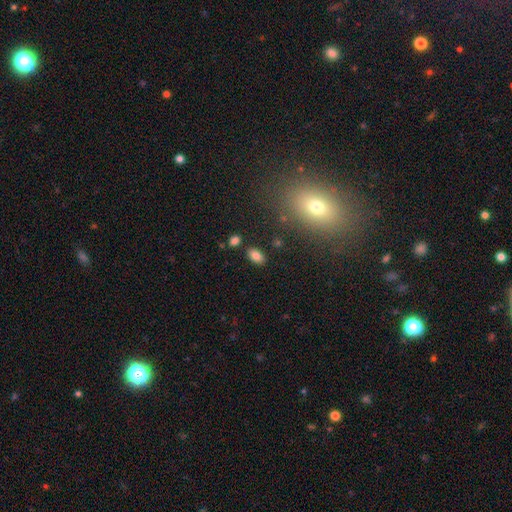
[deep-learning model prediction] The model was most divided on "smooth or featured": smooth: 82%, star or artifact: 11%, featured or disk: 7%. More confident: how rounded — in between (91%); merging — none (83%).